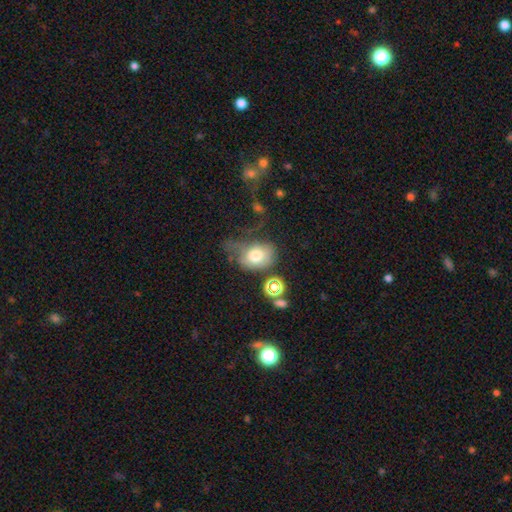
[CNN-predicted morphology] smooth-or-featured: smooth: 70% | featured or disk: 17% | star or artifact: 12%
  how-rounded: in between: 58% | round: 41% | cigar-shaped: 1%
  merging: major disturbance: 35% | none: 30% | minor disturbance: 27% | merger: 8%